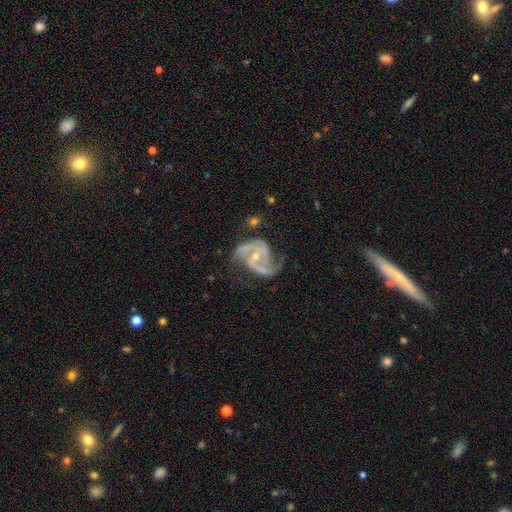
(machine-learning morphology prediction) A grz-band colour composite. It shows a featured or disk galaxy (90%) with no bar (52%), 2 (46%) medium (55%) spiral arms (98%) and a small central bulge (53%). Merging: none (55%).